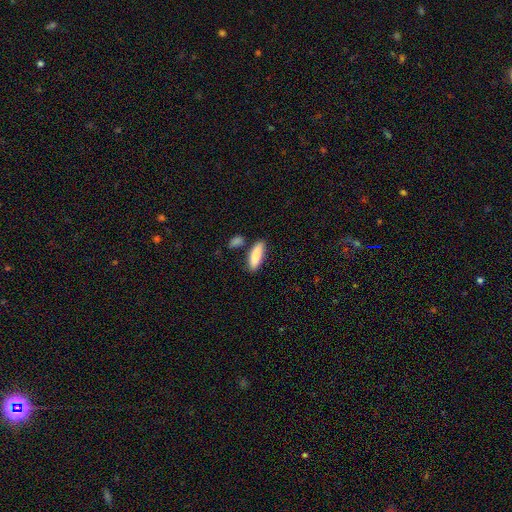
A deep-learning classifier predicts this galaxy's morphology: Smooth or featured: smooth — 87% (featured or disk — 8%)
How rounded: in between — 52% (cigar-shaped — 46%)
Merging: none — 78% (minor disturbance — 12%)